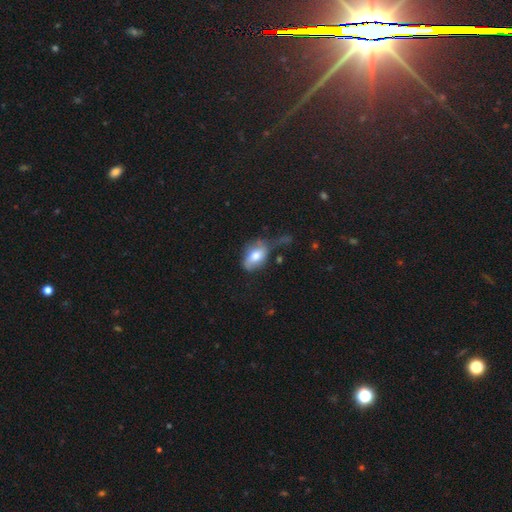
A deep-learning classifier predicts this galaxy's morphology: Smooth or featured?
  - smooth: 69% *
  - featured or disk: 24%
  - star or artifact: 7%
How rounded?
  - in between: 88% *
  - round: 10%
  - cigar-shaped: 2%
Merging?
  - none: 41% *
  - minor disturbance: 31%
  - major disturbance: 20%
  - merger: 8%